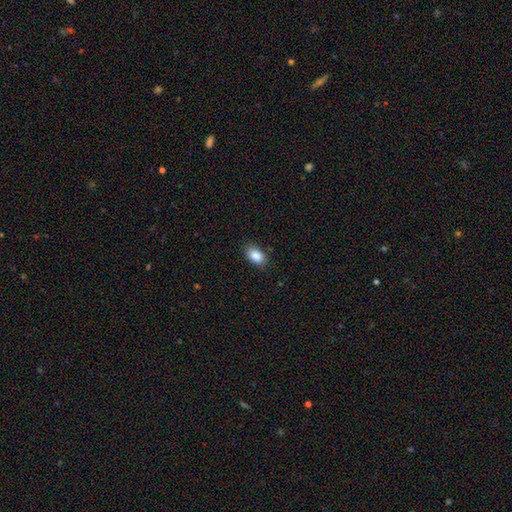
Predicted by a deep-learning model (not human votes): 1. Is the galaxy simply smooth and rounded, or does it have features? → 87% smooth, 8% star or artifact, 5% featured or disk.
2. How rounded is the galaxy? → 88% in between, 10% round, 2% cigar-shaped.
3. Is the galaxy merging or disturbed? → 85% none, 11% minor disturbance, 3% major disturbance, 1% merger.